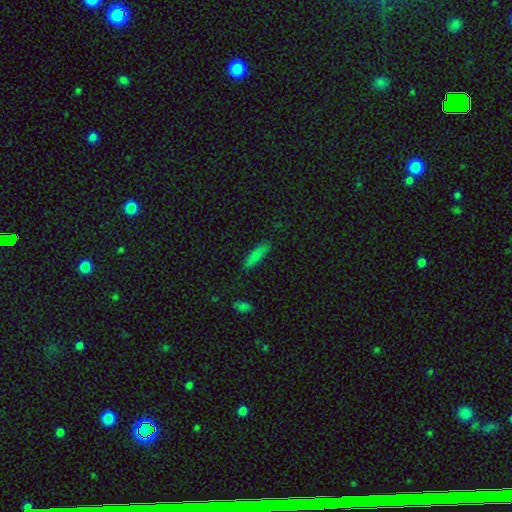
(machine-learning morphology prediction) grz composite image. It shows a smooth galaxy with no disk features (77%) that is cigar-shaped (61%). Merging: none (83%).